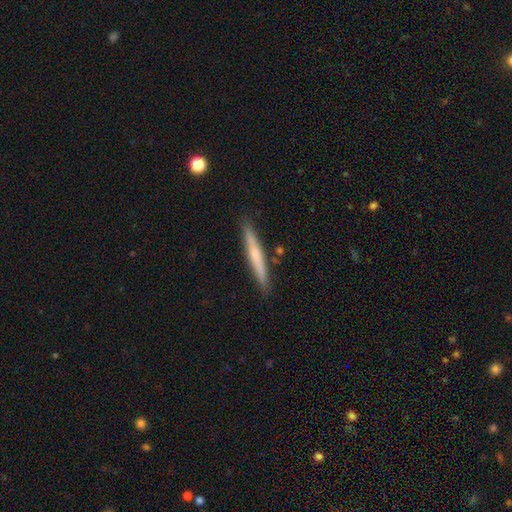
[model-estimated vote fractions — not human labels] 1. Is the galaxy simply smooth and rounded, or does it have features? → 52% smooth, 42% featured or disk, 6% star or artifact.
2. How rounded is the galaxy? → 96% cigar-shaped, 3% in between, 1% round.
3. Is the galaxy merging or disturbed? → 88% none, 8% minor disturbance, 2% merger, 2% major disturbance.